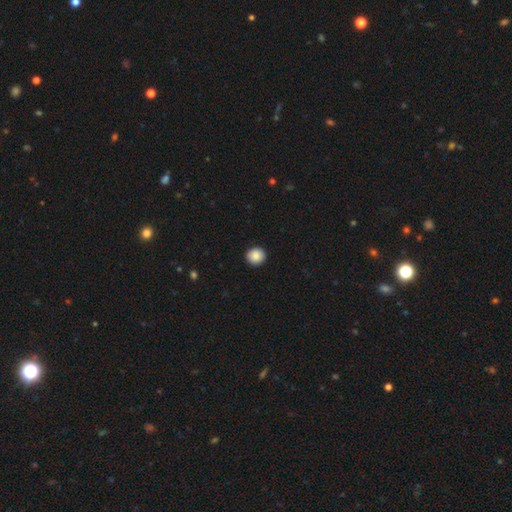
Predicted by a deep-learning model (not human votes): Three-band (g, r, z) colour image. It shows a smooth galaxy with no disk features (88%) that is round (88%). Merging: none (92%).